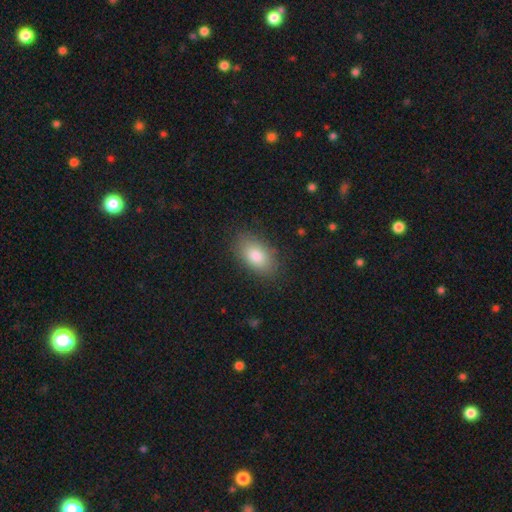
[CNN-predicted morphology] type=smooth (84%); roundness=in between (92%); merging=none (85%).